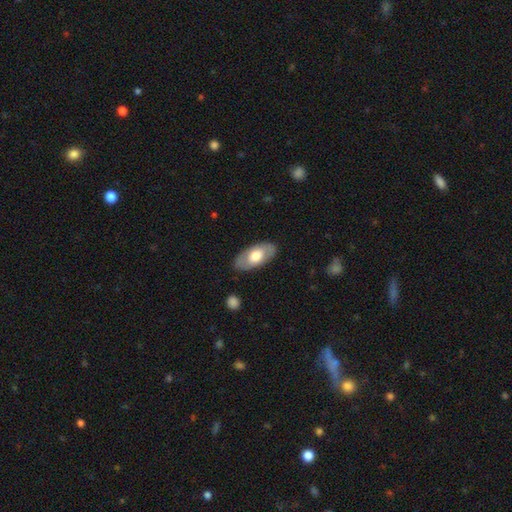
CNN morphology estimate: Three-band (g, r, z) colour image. It shows a smooth galaxy with no disk features (58%) that is in between round and cigar-shaped (93%). Merging: none (85%).